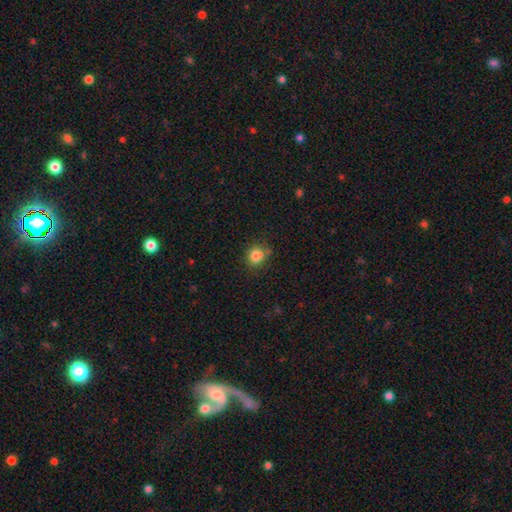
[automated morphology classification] smooth-or-featured: smooth: 82% | star or artifact: 11% | featured or disk: 7%
  how-rounded: round: 77% | in between: 22% | cigar-shaped: 1%
  merging: none: 66% | minor disturbance: 19% | merger: 10% | major disturbance: 5%